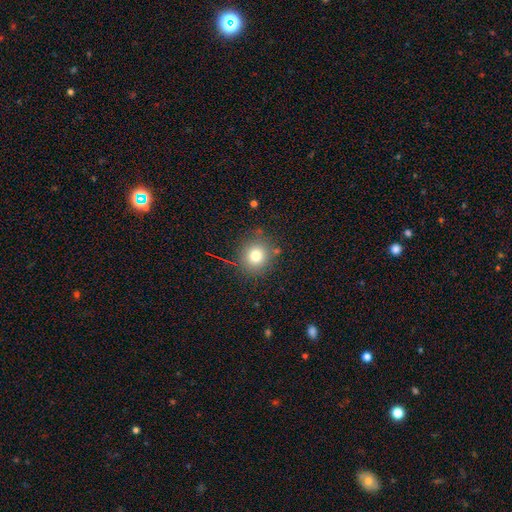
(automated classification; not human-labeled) smooth-or-featured: smooth: 77% | star or artifact: 13% | featured or disk: 9%
  how-rounded: round: 86% | in between: 13% | cigar-shaped: 1%
  merging: none: 83% | minor disturbance: 10% | major disturbance: 4% | merger: 3%